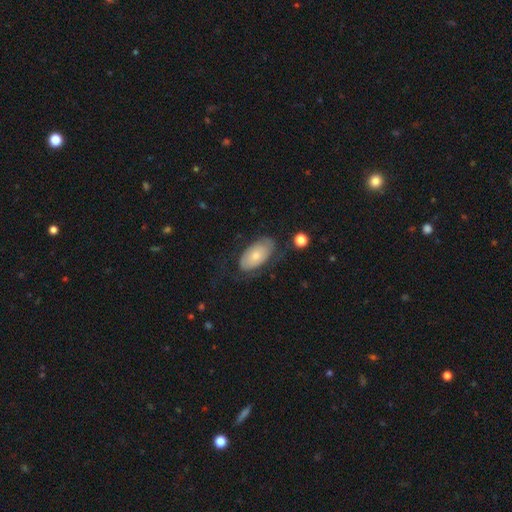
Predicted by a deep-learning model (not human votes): A smooth galaxy with no disk features (61%) that is in between round and cigar-shaped (94%).

Vote fractions:
- Smooth or featured? smooth: 61% / featured or disk: 33% / star or artifact: 6%
- How rounded? in between: 94% / round: 3% / cigar-shaped: 3%
- Merging? none: 59% / minor disturbance: 24% / major disturbance: 15% / merger: 2%